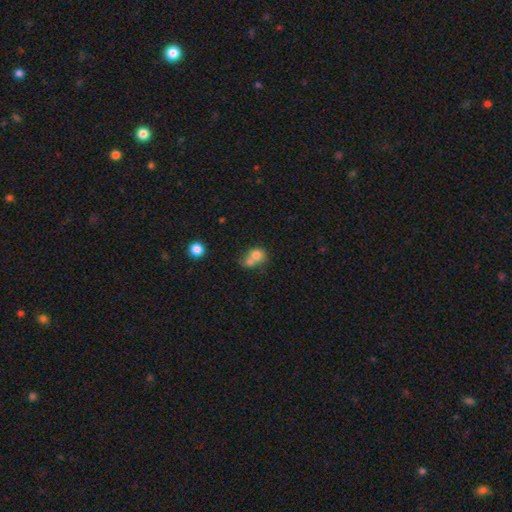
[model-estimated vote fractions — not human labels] Q: Smooth or featured?
A: smooth (75%); runner-up: featured or disk (16%)
Q: How rounded?
A: round (67%); runner-up: in between (32%)
Q: Merging?
A: merger (62%); runner-up: none (25%)